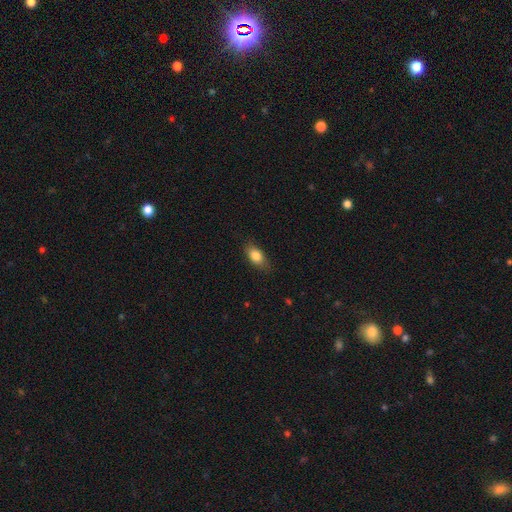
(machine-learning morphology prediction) A smooth galaxy with no disk features (83%) that is in between round and cigar-shaped (85%).

Vote fractions:
- Smooth or featured? smooth: 83% / featured or disk: 9% / star or artifact: 7%
- How rounded? in between: 85% / round: 7% / cigar-shaped: 7%
- Merging? none: 80% / minor disturbance: 16% / major disturbance: 3% / merger: 1%